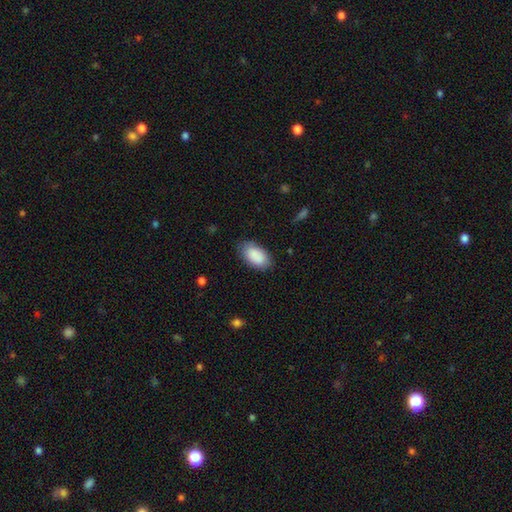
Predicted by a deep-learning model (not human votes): Overall: smooth (89%). How rounded: in between (95%). Merging: none (80%).